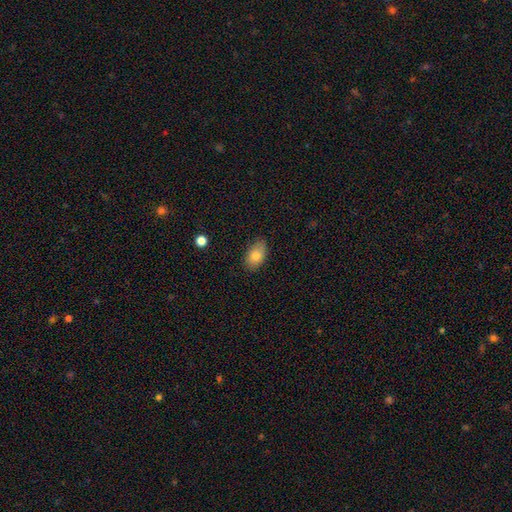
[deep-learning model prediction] The model was most divided on "merging": none: 81%, minor disturbance: 15%, major disturbance: 3%, merger: 1%. More confident: how rounded — in between (89%); smooth or featured — smooth (81%).